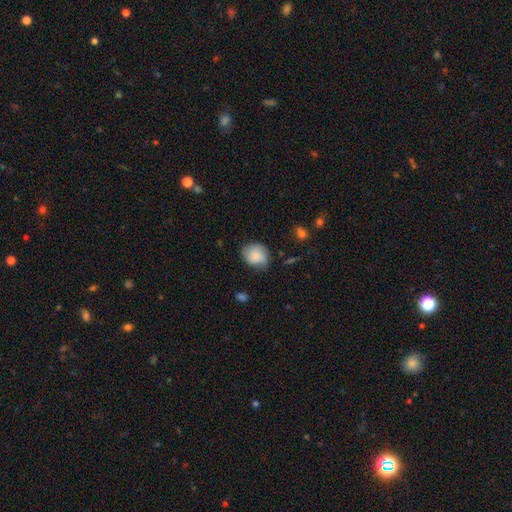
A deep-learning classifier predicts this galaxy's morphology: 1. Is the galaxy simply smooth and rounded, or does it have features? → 79% smooth, 14% featured or disk, 8% star or artifact.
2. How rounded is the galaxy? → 64% round, 35% in between, 1% cigar-shaped.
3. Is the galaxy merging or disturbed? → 62% none, 29% minor disturbance, 8% major disturbance, 2% merger.